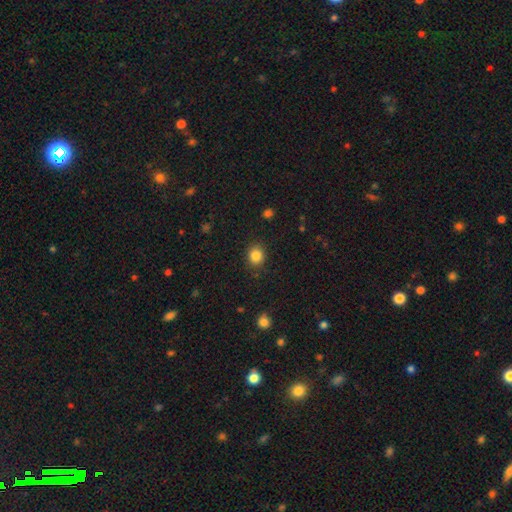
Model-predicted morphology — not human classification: The model was most divided on "how rounded": round: 76%, in between: 23%, cigar-shaped: 1%. More confident: merging — none (87%); smooth or featured — smooth (84%).